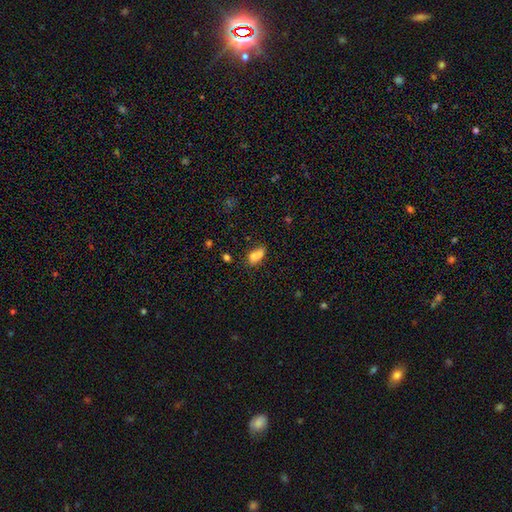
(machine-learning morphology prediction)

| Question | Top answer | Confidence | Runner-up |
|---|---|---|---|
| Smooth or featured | smooth | 73% | featured or disk (15%) |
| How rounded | in between | 77% | round (18%) |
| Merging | merger | 47% | none (30%) |